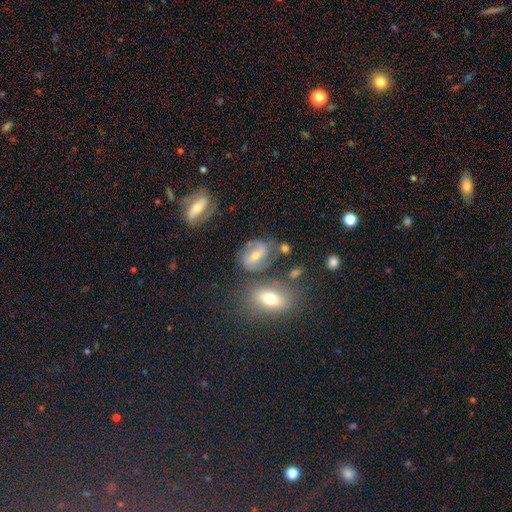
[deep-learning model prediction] smooth-or-featured: featured or disk: 52% | smooth: 34% | star or artifact: 15%
  disk-edge-on: no: 92% | yes: 8%
  merging: none: 56% | minor disturbance: 20% | merger: 12% | major disturbance: 11%